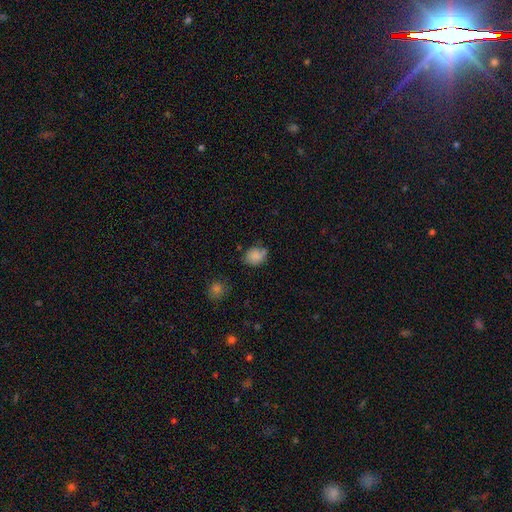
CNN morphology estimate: A smooth galaxy with no disk features (82%) that is round (54%).

Vote fractions:
- Smooth or featured? smooth: 82% / star or artifact: 10% / featured or disk: 8%
- How rounded? round: 54% / in between: 45% / cigar-shaped: 1%
- Merging? none: 59% / minor disturbance: 28% / major disturbance: 7% / merger: 6%